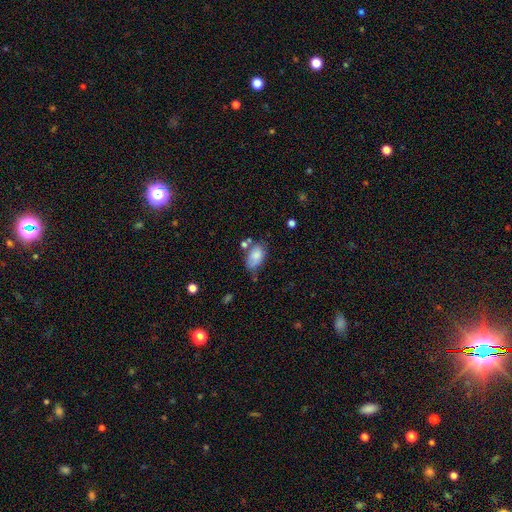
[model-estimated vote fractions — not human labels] A smooth galaxy with no disk features (82%) that is in between round and cigar-shaped (92%).

Vote fractions:
- Smooth or featured? smooth: 82% / featured or disk: 11% / star or artifact: 8%
- How rounded? in between: 92% / round: 7% / cigar-shaped: 2%
- Merging? none: 53% / minor disturbance: 27% / merger: 12% / major disturbance: 8%